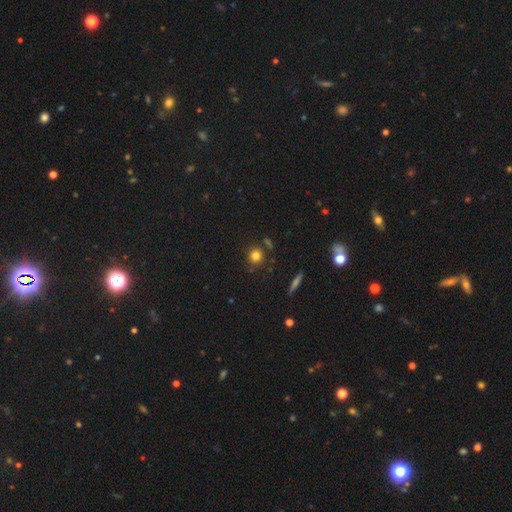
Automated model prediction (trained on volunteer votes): This appears to be a smooth galaxy with no disk features (79%) that is round (90%). Merging: none (81%).